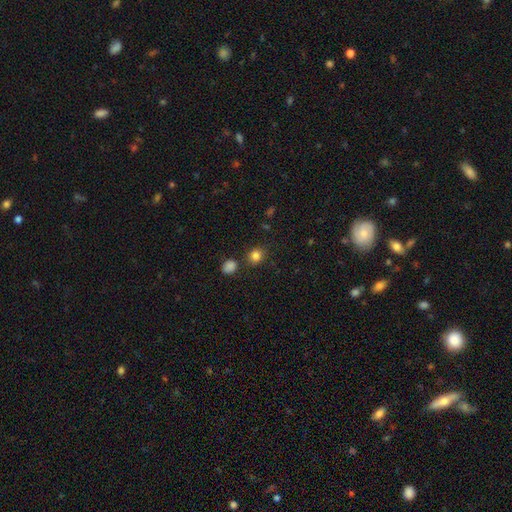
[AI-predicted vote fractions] This appears to be a smooth galaxy with no disk features (83%) that is round (74%). Merging: none (80%).